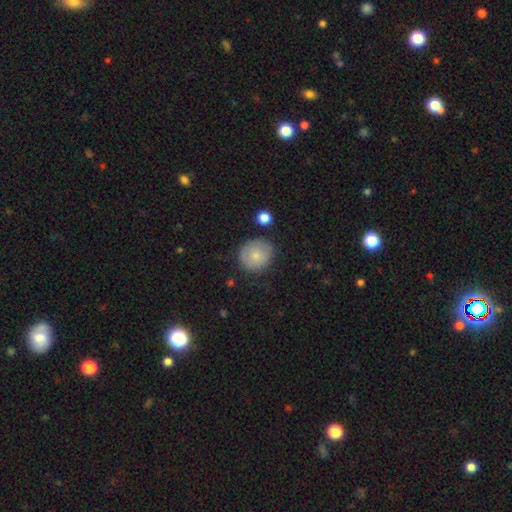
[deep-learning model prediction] Overall: smooth (76%). How rounded: round (85%). Merging: none (76%).